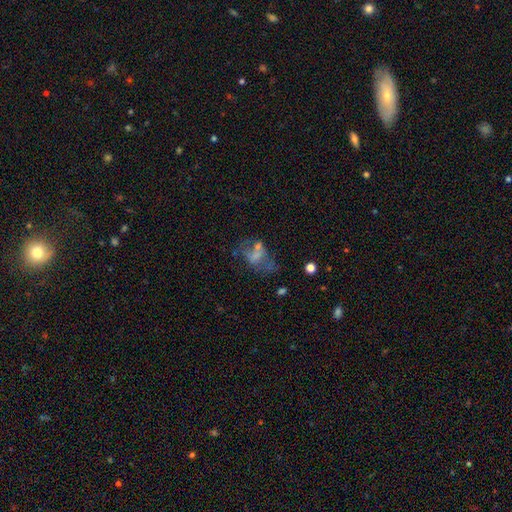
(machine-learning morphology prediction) smooth-or-featured: featured or disk: 47% | smooth: 33% | star or artifact: 20%
  merging: none: 36% | major disturbance: 29% | merger: 18% | minor disturbance: 18%